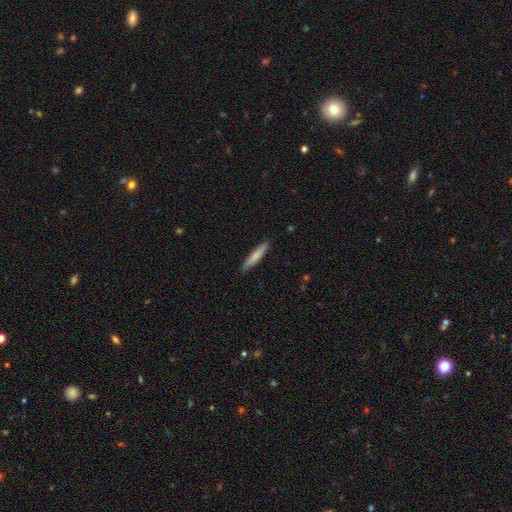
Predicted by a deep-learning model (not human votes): Morphology: type=smooth (79%); roundness=cigar-shaped (90%); merging=none (90%).